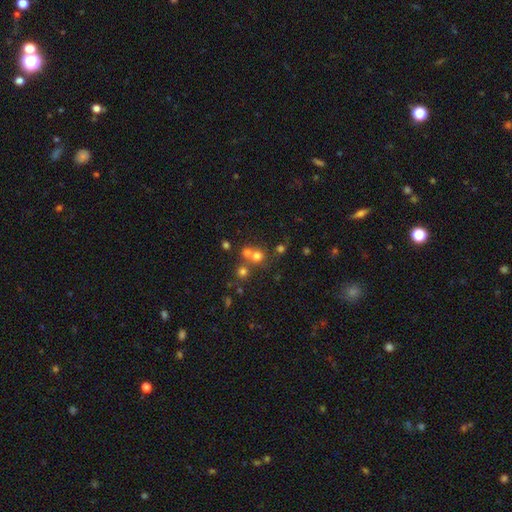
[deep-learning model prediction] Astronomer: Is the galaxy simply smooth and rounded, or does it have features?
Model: smooth — 60%.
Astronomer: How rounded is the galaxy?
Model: round — 87%.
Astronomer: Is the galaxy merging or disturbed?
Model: none — 50% (runner-up: merger, 41%).